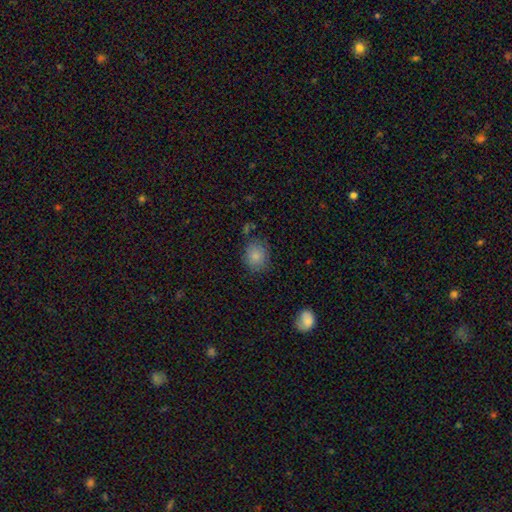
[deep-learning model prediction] smooth_or_featured: smooth (p=0.84) [alt: star or artifact p=0.10]
how_rounded: round (p=0.65) [alt: in between p=0.34]
merging: none (p=0.75) [alt: minor disturbance p=0.17]